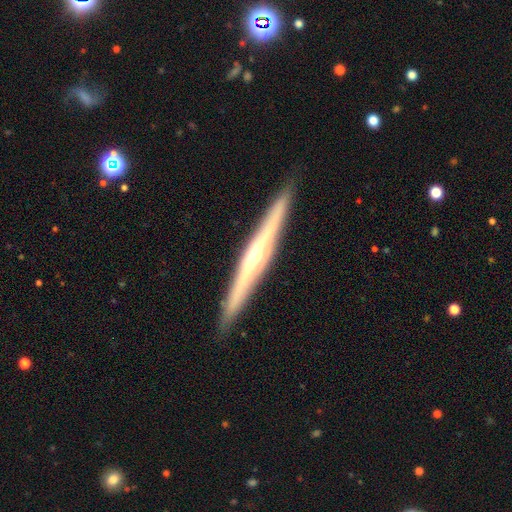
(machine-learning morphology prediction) type=featured or disk (78%); edge-on=yes (97%); edge-on bulge=rounded (80%); merging=none (91%).